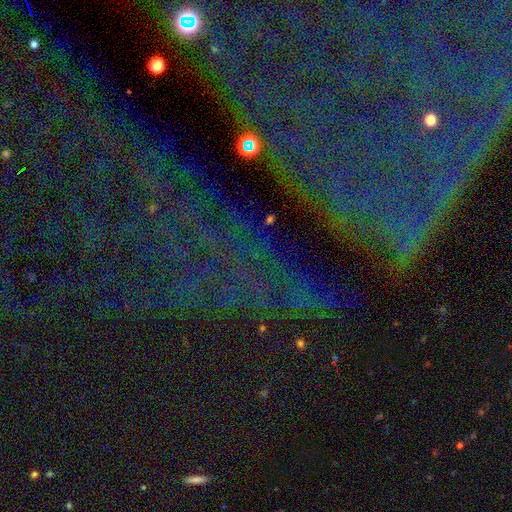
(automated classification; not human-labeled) This is clearly a star or artifact rather than a galaxy (83%).